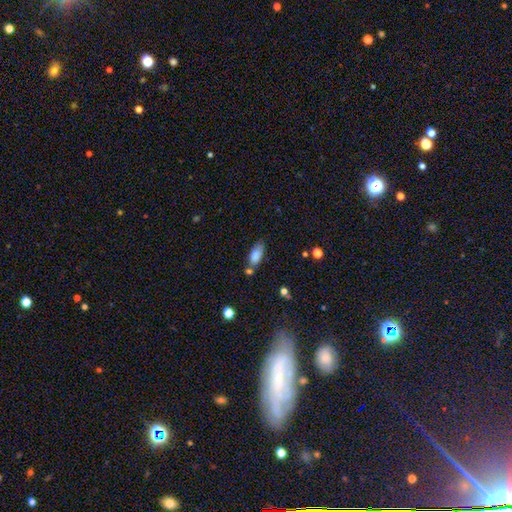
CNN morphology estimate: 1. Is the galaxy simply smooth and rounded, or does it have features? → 84% smooth, 8% star or artifact, 8% featured or disk.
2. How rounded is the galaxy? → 84% in between, 13% cigar-shaped, 3% round.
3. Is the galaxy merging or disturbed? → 57% none, 21% minor disturbance, 17% merger, 5% major disturbance.